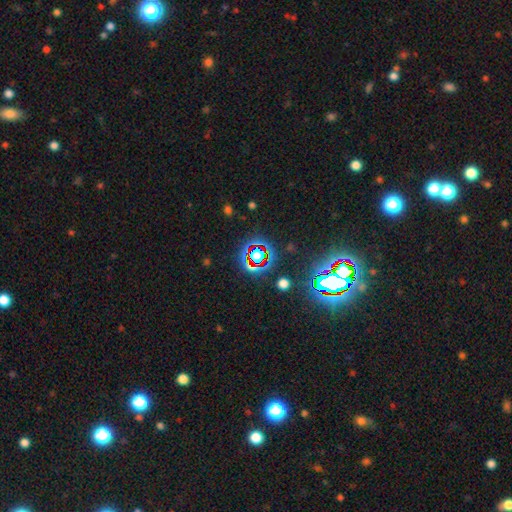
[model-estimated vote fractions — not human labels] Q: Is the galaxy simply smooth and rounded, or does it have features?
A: star or artifact — 68%.